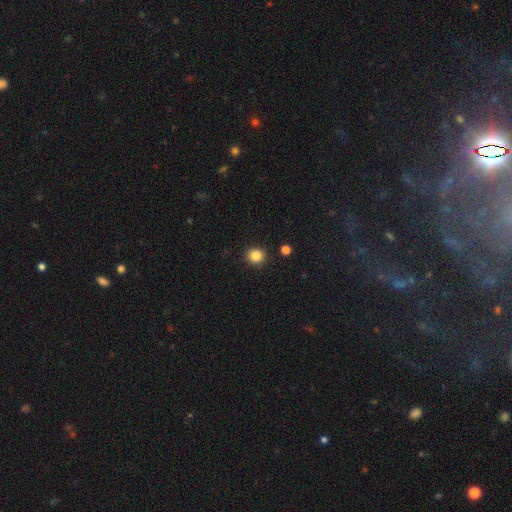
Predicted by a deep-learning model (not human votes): This appears to be a smooth galaxy with no disk features (85%) that is round (85%). Merging: none (90%).